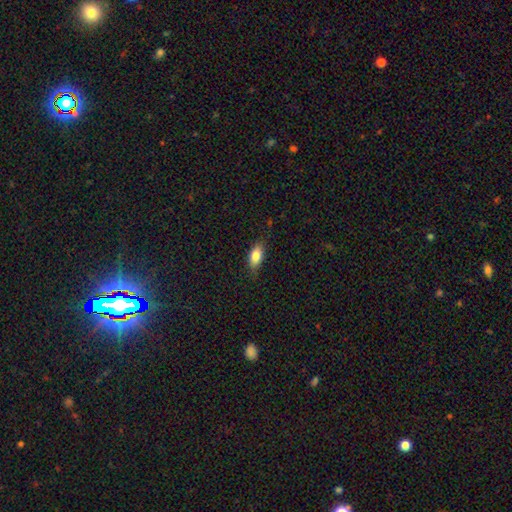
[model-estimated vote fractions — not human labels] Smooth or featured?
  - smooth: 80% *
  - featured or disk: 12%
  - star or artifact: 7%
How rounded?
  - in between: 86% *
  - cigar-shaped: 9%
  - round: 5%
Merging?
  - none: 78% *
  - minor disturbance: 18%
  - major disturbance: 3%
  - merger: 1%